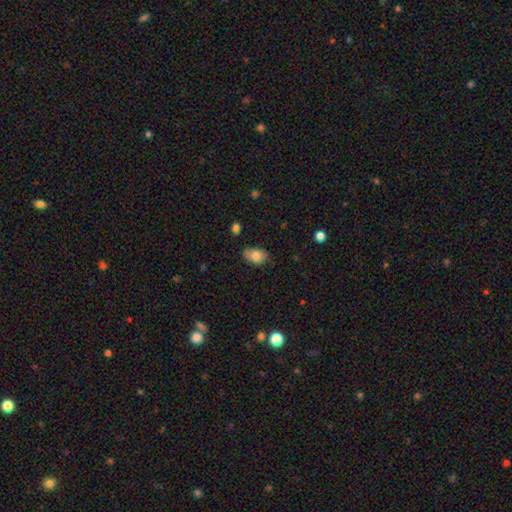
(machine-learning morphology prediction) smooth_or_featured: smooth (p=0.80) [alt: featured or disk p=0.11]
how_rounded: in between (p=0.86) [alt: round p=0.12]
merging: none (p=0.69) [alt: minor disturbance p=0.25]